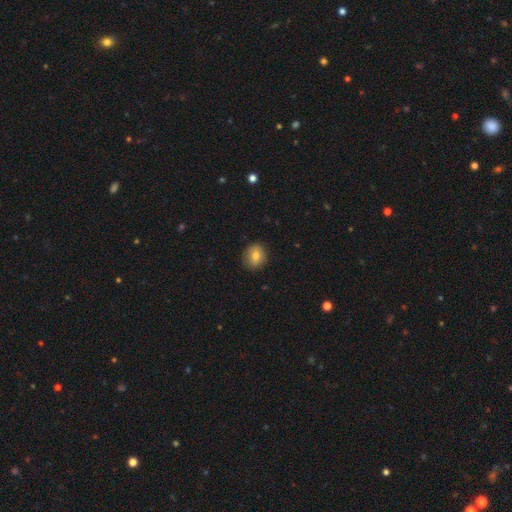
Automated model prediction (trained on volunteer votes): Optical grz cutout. It shows a smooth galaxy with no disk features (76%) that is round (73%). Merging: none (87%).